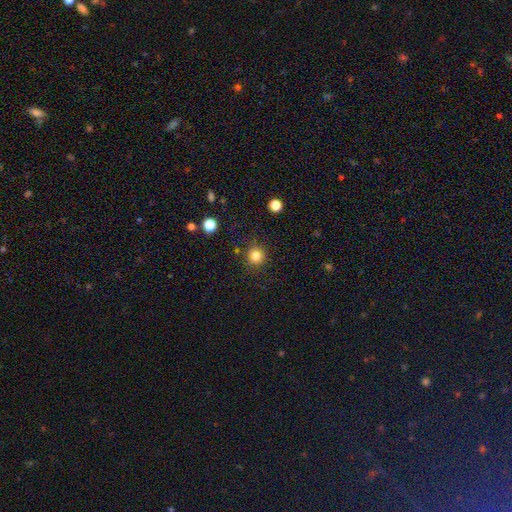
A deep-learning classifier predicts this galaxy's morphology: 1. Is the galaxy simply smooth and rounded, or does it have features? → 82% smooth, 12% star or artifact, 5% featured or disk.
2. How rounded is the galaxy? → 93% round, 6% in between, 1% cigar-shaped.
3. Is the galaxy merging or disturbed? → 85% none, 9% minor disturbance, 3% major disturbance, 3% merger.